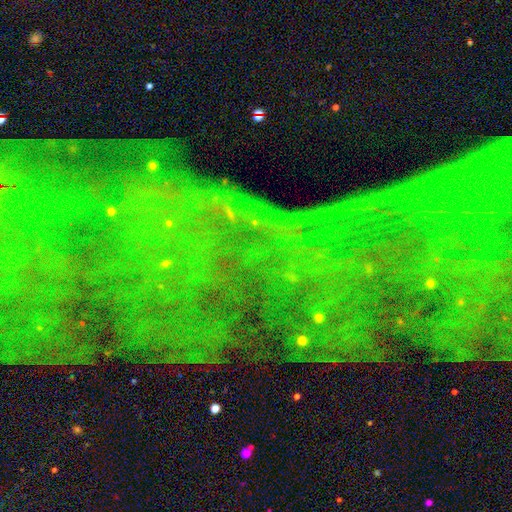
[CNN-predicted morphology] The model was most divided on "smooth or featured": star or artifact: 82%, featured or disk: 11%, smooth: 7%.